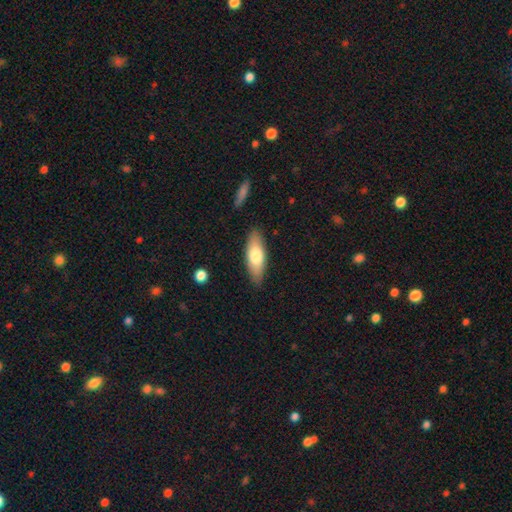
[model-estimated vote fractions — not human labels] smooth 72%, featured or disk 22%, star or artifact 6%. Down the decision tree: how rounded — in between (67%); merging — none (85%).